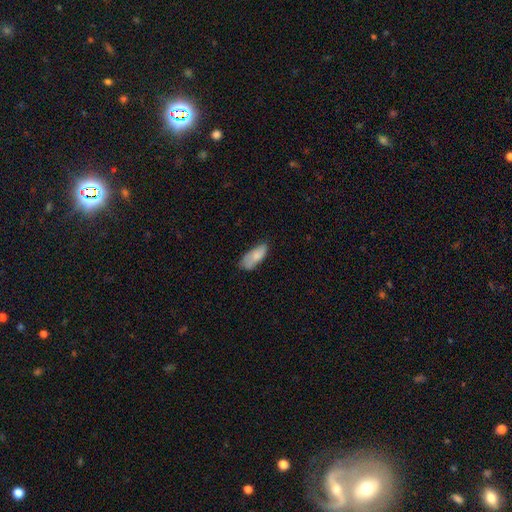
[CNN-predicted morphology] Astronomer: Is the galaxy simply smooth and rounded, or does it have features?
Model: smooth — 76%.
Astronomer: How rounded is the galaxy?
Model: in between — 81%.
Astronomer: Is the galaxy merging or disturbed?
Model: none — 58%.